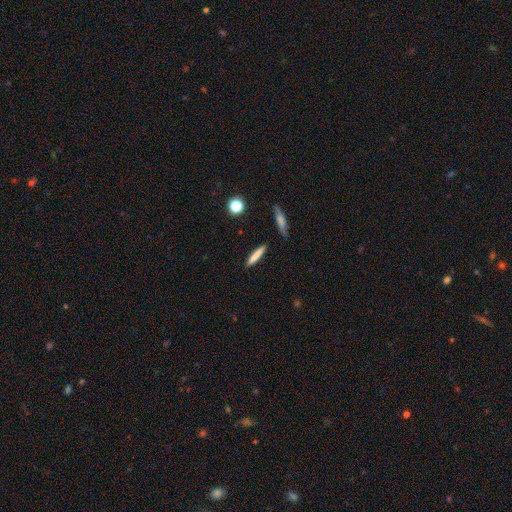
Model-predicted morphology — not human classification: Smooth or featured? Predicted: smooth (p=0.79). How rounded? Predicted: cigar-shaped (p=0.90). Merging? Predicted: none (p=0.87).